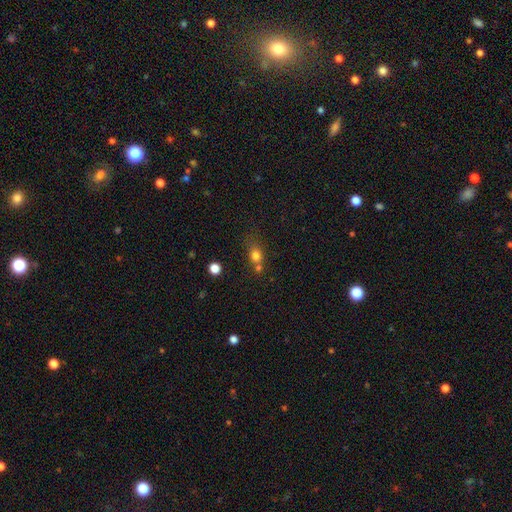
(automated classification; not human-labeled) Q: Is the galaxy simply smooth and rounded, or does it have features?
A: smooth — 77%.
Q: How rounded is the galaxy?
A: round — 58%.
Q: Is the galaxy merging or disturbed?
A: none — 46%.